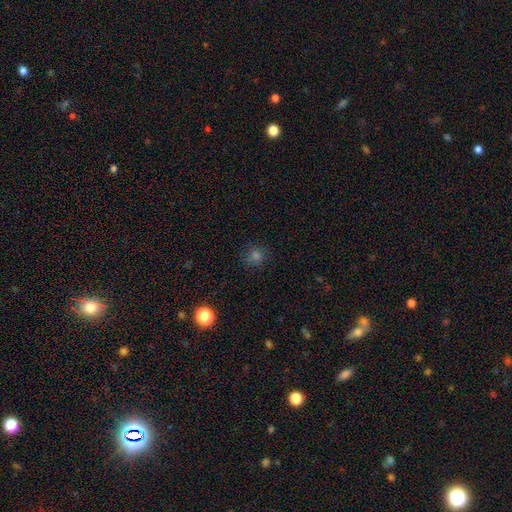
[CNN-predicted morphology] type=smooth (72%); roundness=round (89%); merging=none (86%).